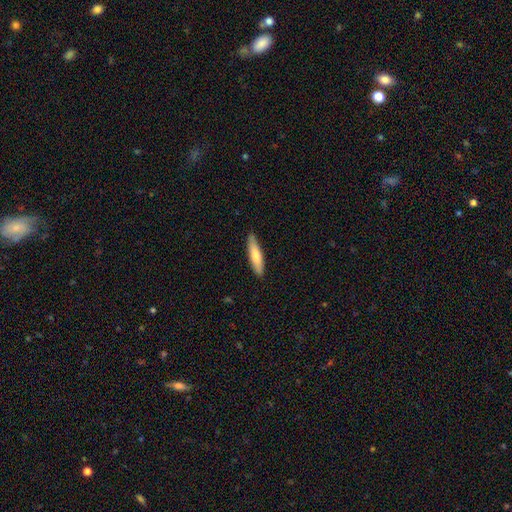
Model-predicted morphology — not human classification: Q: Smooth or featured?
A: smooth (73%); runner-up: featured or disk (22%)
Q: How rounded?
A: cigar-shaped (77%); runner-up: in between (21%)
Q: Merging?
A: none (86%); runner-up: minor disturbance (11%)